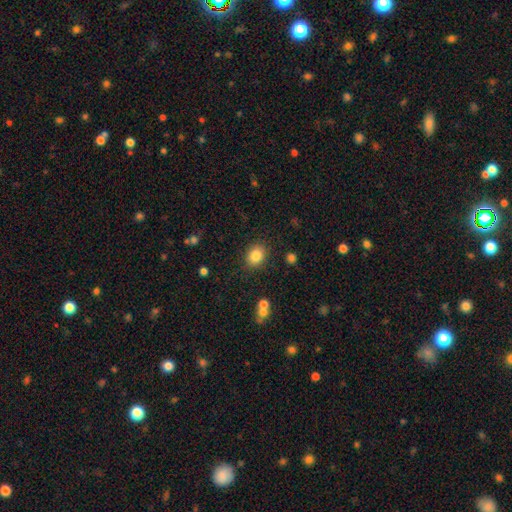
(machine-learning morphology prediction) Overall: smooth (84%). How rounded: round (50%; in between 49%). Merging: none (85%).